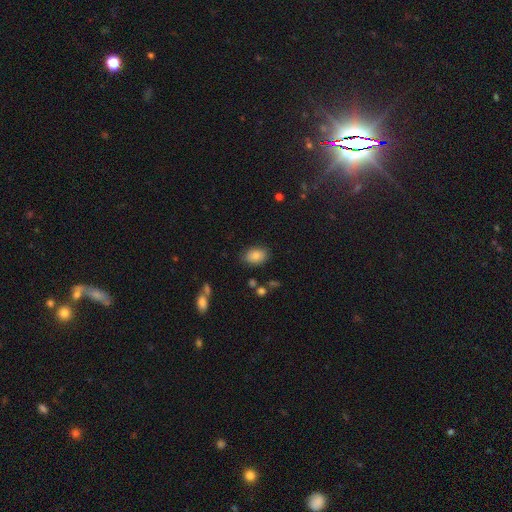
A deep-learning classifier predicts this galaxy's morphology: The model was most divided on "how rounded": in between: 80%, round: 19%, cigar-shaped: 1%. More confident: merging — none (82%); smooth or featured — smooth (82%).